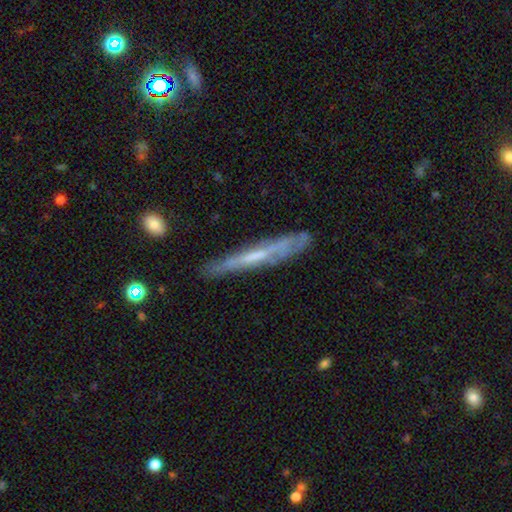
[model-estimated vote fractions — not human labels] smooth-or-featured: featured or disk: 57% | smooth: 36% | star or artifact: 7%
  disk-edge-on: yes: 82% | no: 18%
  merging: none: 71% | minor disturbance: 20% | major disturbance: 6% | merger: 3%